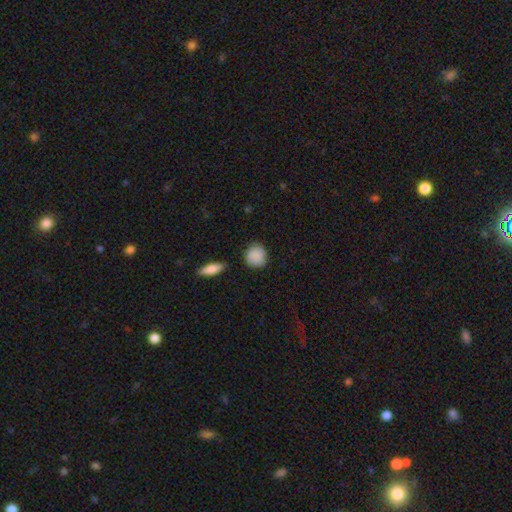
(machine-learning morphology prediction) Smooth or featured? Predicted: smooth (p=0.88). How rounded? Predicted: round (p=0.81). Merging? Predicted: none (p=0.81).